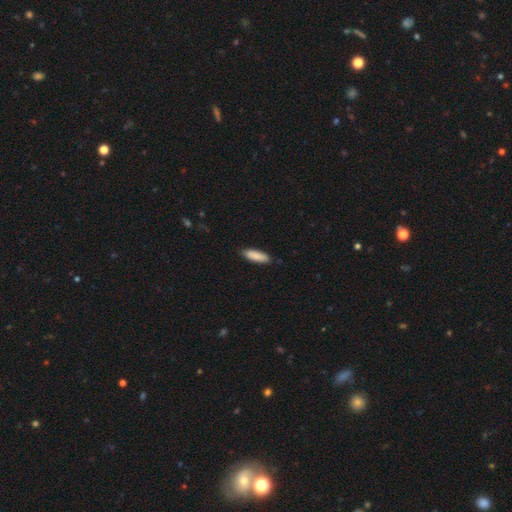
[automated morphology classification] Q: Smooth or featured?
A: smooth (89%); runner-up: featured or disk (6%)
Q: How rounded?
A: cigar-shaped (52%); runner-up: in between (47%)
Q: Merging?
A: none (87%); runner-up: minor disturbance (11%)